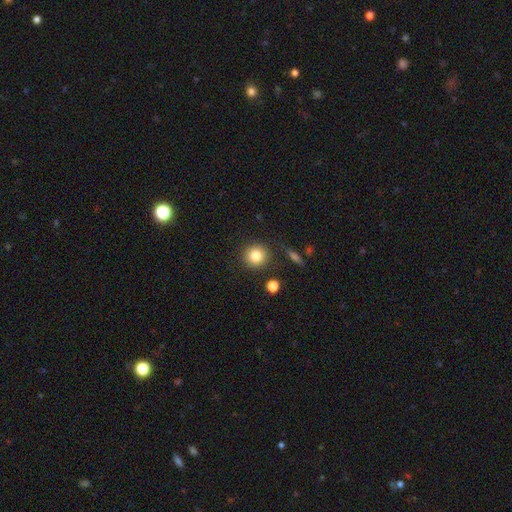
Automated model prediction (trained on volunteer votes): Smooth or featured: smooth — 83% (star or artifact — 10%)
How rounded: round — 92% (in between — 7%)
Merging: none — 87% (minor disturbance — 7%)